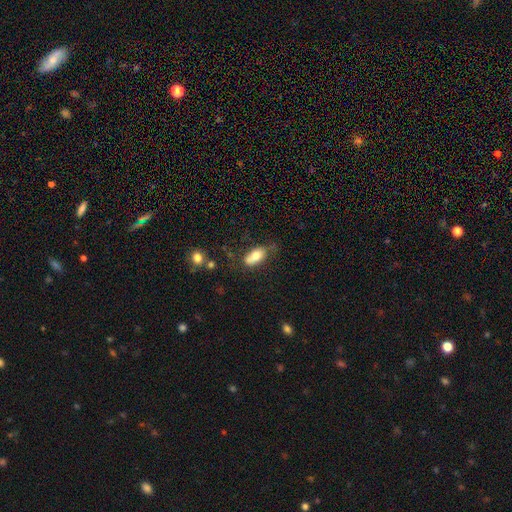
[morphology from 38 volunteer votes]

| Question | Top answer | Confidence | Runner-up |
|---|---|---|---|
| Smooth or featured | smooth | 55% | featured or disk (37%) |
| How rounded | in between | 86% | cigar-shaped (10%) |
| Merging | none | 49% | merger (26%) |